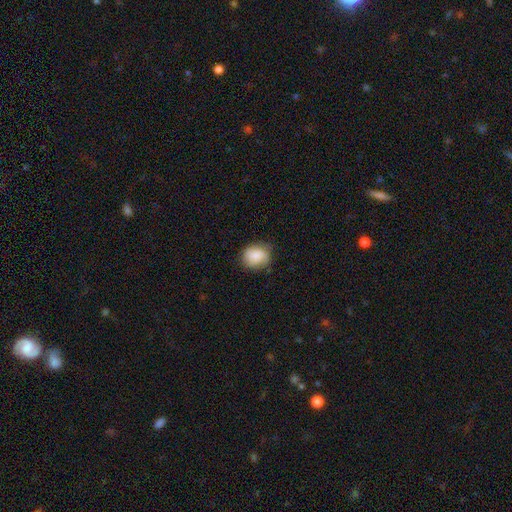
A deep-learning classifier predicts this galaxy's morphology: The model was most divided on "how rounded": round: 60%, in between: 39%, cigar-shaped: 1%. More confident: smooth or featured — smooth (82%); merging — none (72%).